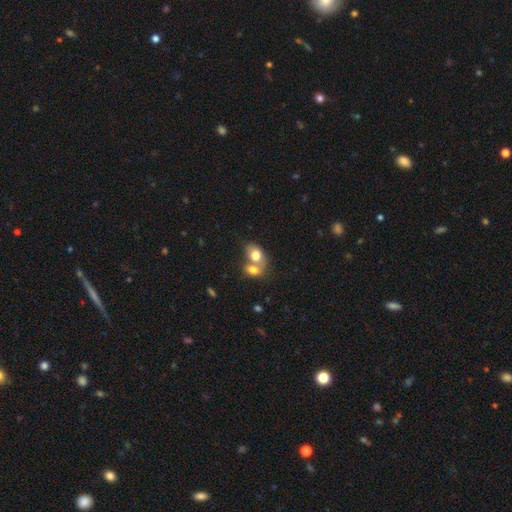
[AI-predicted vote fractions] A smooth galaxy with no disk features (77%) that is in between round and cigar-shaped (69%). Merging: merger (65%).